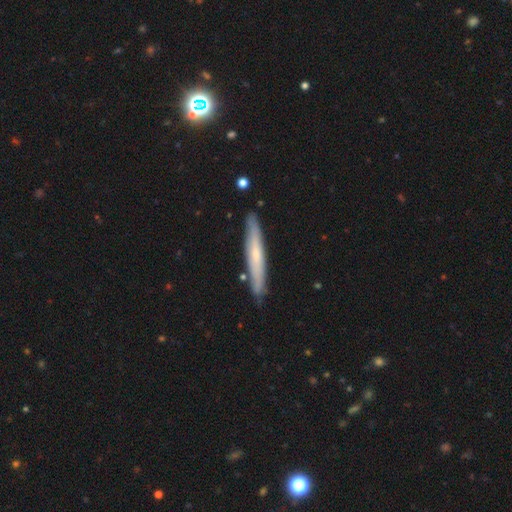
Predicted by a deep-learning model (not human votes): Smooth or featured? Predicted: featured or disk (p=0.49). Merging? Predicted: none (p=0.86).